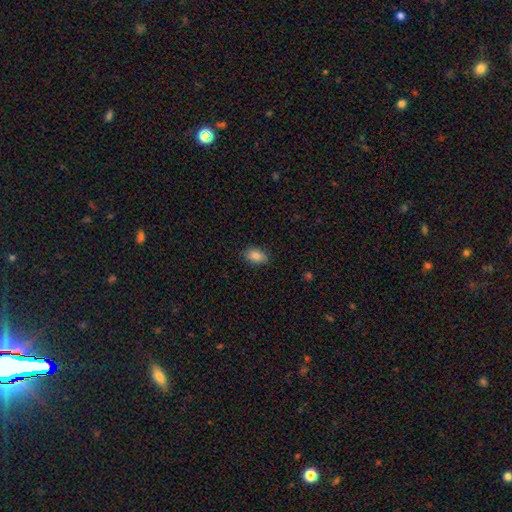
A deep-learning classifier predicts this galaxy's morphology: A smooth galaxy with no disk features (85%) that is in between round and cigar-shaped (86%).

Vote fractions:
- Smooth or featured? smooth: 85% / star or artifact: 8% / featured or disk: 7%
- How rounded? in between: 86% / round: 13% / cigar-shaped: 2%
- Merging? none: 86% / minor disturbance: 11% / major disturbance: 2% / merger: 1%